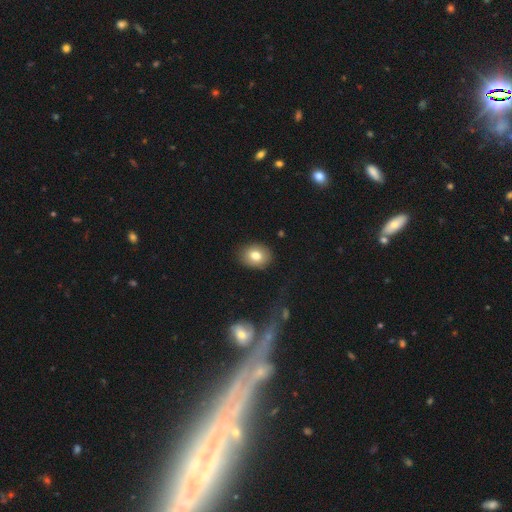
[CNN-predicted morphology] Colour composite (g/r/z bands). It shows a smooth galaxy with no disk features (78%) that is in between round and cigar-shaped (53%). Merging: none (86%).